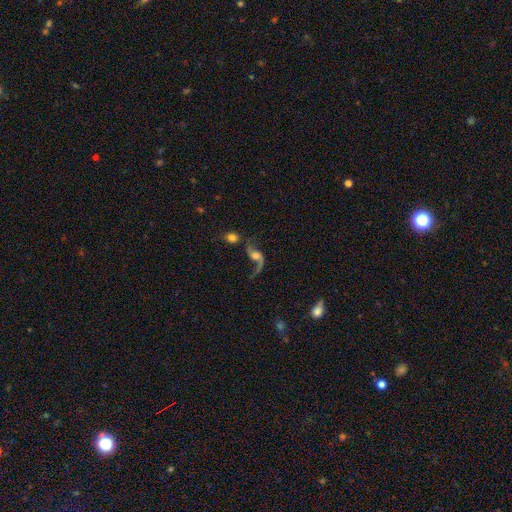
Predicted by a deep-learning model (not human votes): featured or disk 79%, smooth 12%, star or artifact 9%. Down the decision tree: edge-on disk — no (95%); bar — no (59%); spiral arms — yes (93%); spiral arm count — 2 (82%); spiral winding — loose (89%); bulge size — moderate (51%); merging — none (48%).